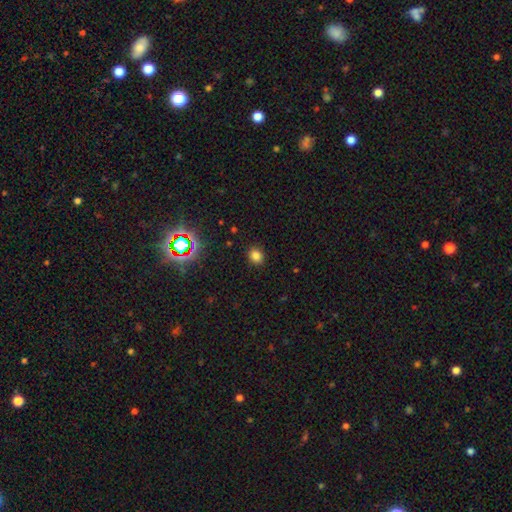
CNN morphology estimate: This is likely a smooth galaxy (79%). How rounded: likely round (65%). Merging: clearly none (88%).